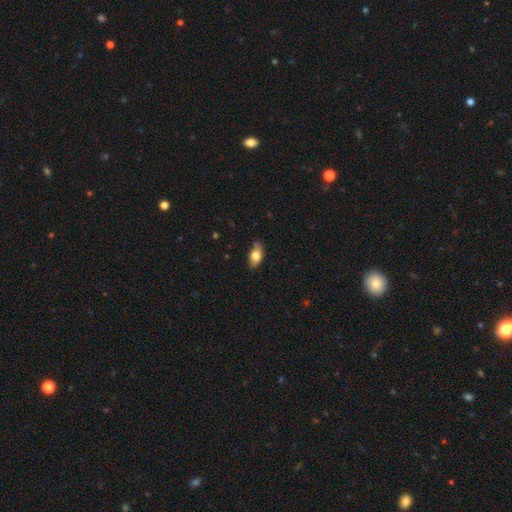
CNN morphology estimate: A smooth galaxy with no disk features (74%) that is in between round and cigar-shaped (89%).

Vote fractions:
- Smooth or featured? smooth: 74% / featured or disk: 19% / star or artifact: 7%
- How rounded? in between: 89% / round: 6% / cigar-shaped: 5%
- Merging? none: 70% / minor disturbance: 24% / major disturbance: 4% / merger: 2%